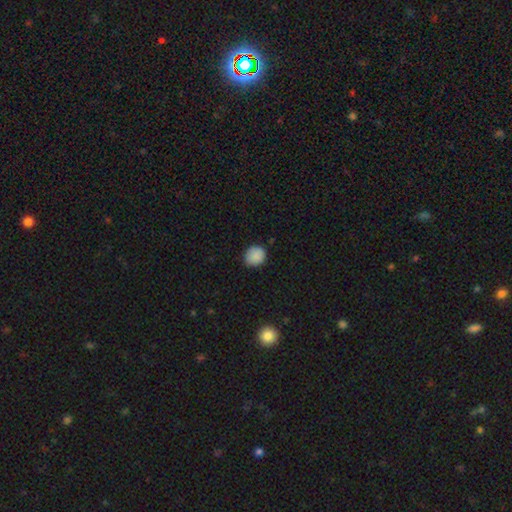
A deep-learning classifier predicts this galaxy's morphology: Smooth or featured? smooth (88%)
How rounded? round (78%)
Merging? none (83%)